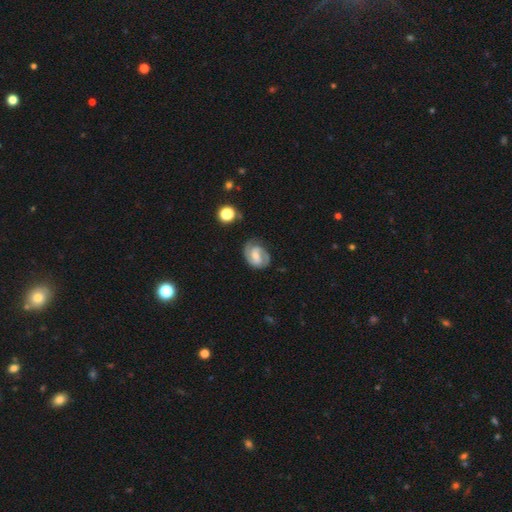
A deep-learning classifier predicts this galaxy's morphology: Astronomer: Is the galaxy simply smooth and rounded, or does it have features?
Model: featured or disk — 79%.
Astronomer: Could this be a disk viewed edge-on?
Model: no — 97%.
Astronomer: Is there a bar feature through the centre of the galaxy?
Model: weak — 50% (runner-up: no, 28%).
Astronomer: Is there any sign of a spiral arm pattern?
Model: yes — 94%.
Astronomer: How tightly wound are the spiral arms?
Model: medium — 45% (runner-up: tight, 42%).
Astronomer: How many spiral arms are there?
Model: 2 — 81%.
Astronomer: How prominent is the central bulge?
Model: small — 45% (runner-up: moderate, 43%).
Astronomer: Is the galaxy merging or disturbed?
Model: none — 71%.